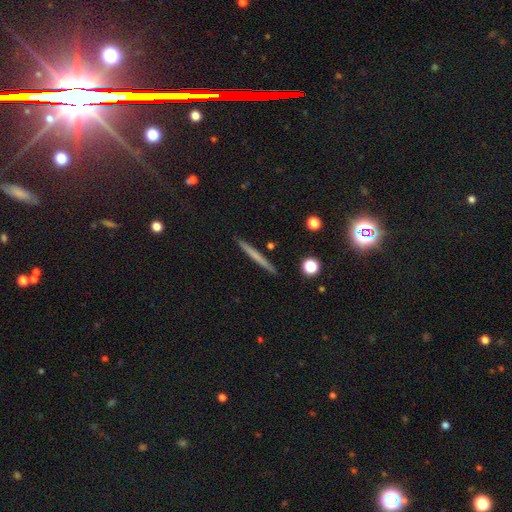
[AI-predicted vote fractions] This appears to be a smooth galaxy with no disk features (54%) that is cigar-shaped (96%). Merging: none (91%).